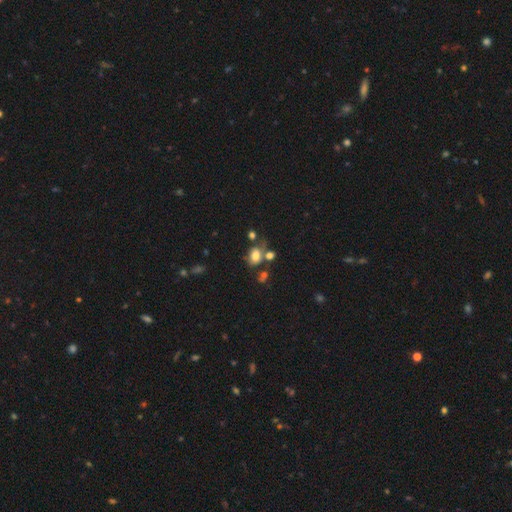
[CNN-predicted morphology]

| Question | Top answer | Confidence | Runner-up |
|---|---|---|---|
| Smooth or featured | smooth | 72% | featured or disk (16%) |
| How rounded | in between | 69% | round (30%) |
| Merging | none | 44% | merger (25%) |